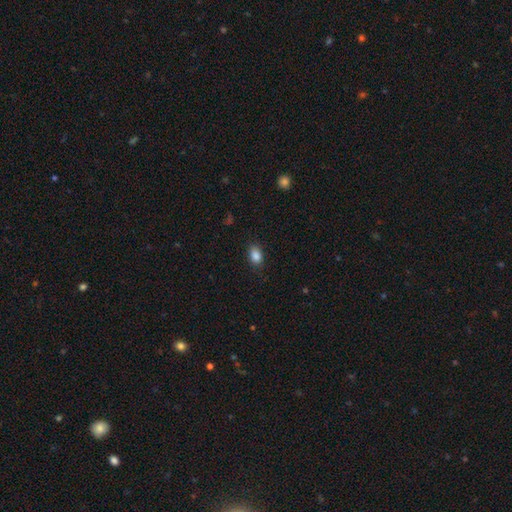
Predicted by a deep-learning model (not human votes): The model was most divided on "how rounded": in between: 79%, round: 19%, cigar-shaped: 1%. More confident: smooth or featured — smooth (87%); merging — none (84%).